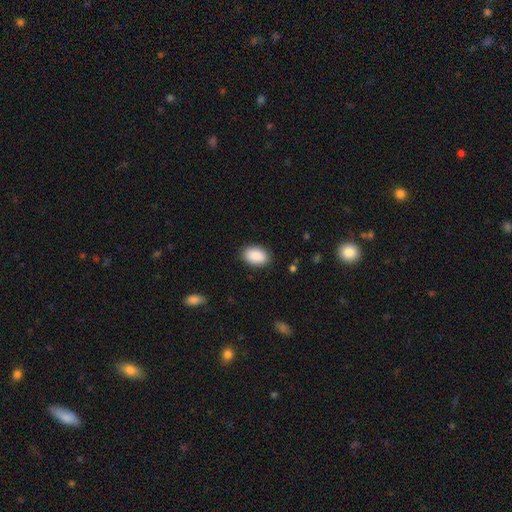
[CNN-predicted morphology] smooth-or-featured: smooth: 91% | star or artifact: 6% | featured or disk: 3%
  how-rounded: in between: 90% | round: 9% | cigar-shaped: 1%
  merging: none: 88% | minor disturbance: 9% | major disturbance: 2% | merger: 1%